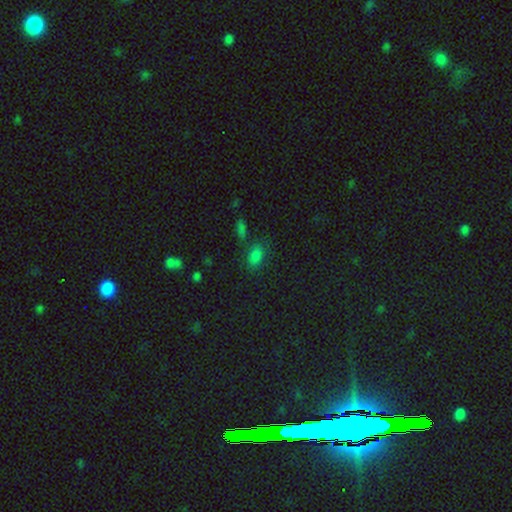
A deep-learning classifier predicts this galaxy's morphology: The model was most divided on "merging": none: 69%, minor disturbance: 16%, merger: 10%, major disturbance: 6%. More confident: how rounded — in between (84%); smooth or featured — smooth (75%).